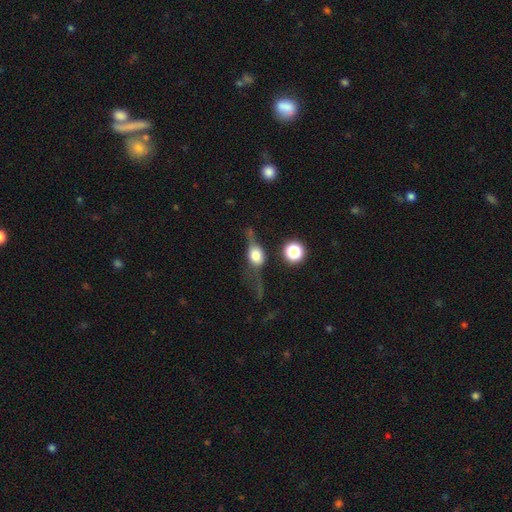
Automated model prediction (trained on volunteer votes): Smooth or featured? Predicted: featured or disk (p=0.56). Edge-on disk? Predicted: yes (p=0.80). Merging? Predicted: none (p=0.40).